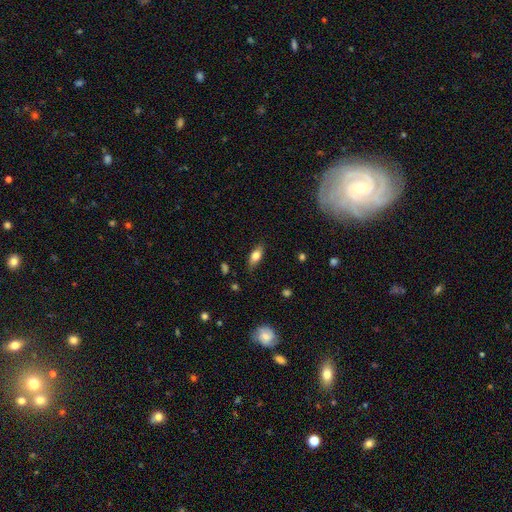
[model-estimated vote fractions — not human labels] A smooth galaxy with no disk features (71%) that is in between round and cigar-shaped (78%).

Vote fractions:
- Smooth or featured? smooth: 71% / featured or disk: 21% / star or artifact: 8%
- How rounded? in between: 78% / cigar-shaped: 17% / round: 5%
- Merging? none: 81% / minor disturbance: 15% / major disturbance: 3% / merger: 1%